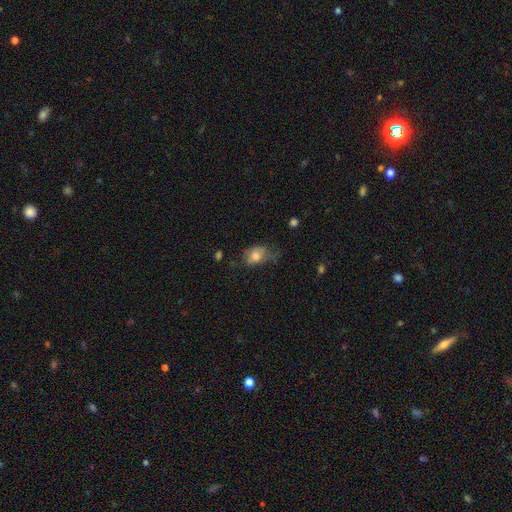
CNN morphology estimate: type=smooth (71%); roundness=in between (79%); merging=none (37%).